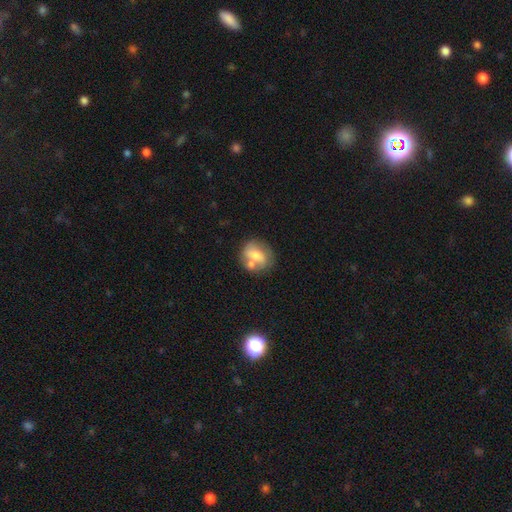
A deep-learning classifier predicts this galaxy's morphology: Smooth or featured? Predicted: smooth (p=0.57). How rounded? Predicted: round (p=0.60). Merging? Predicted: none (p=0.49).